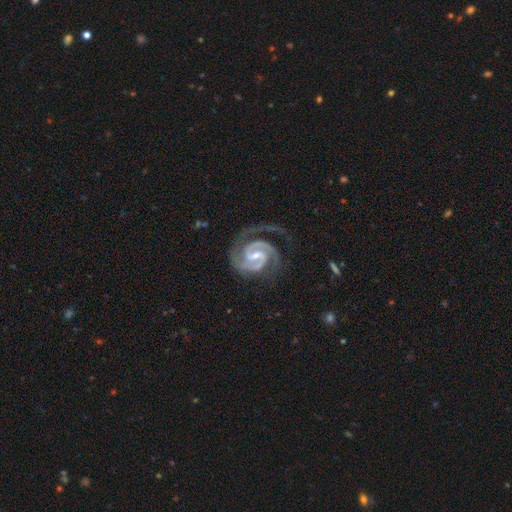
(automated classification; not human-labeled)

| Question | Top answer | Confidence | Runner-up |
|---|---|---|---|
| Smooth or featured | featured or disk | 94% | star or artifact (3%) |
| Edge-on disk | no | 98% | yes (2%) |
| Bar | weak | 52% | strong (29%) |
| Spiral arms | yes | 99% | no (1%) |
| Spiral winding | tight | 57% | medium (39%) |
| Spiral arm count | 2 | 82% | 3 (10%) |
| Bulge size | small | 51% | moderate (45%) |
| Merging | none | 69% | minor disturbance (18%) |